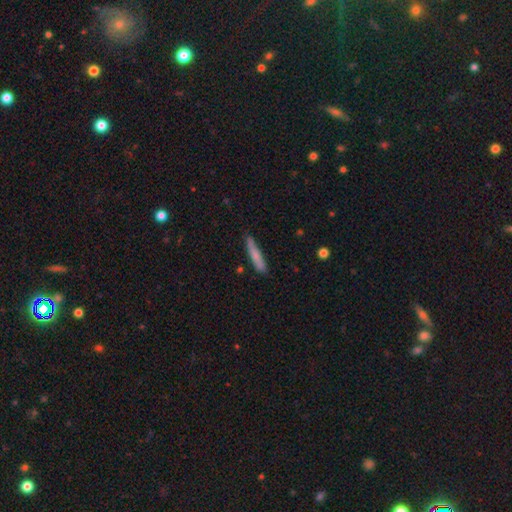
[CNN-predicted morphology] Smooth or featured: smooth — 70% (featured or disk — 24%)
How rounded: cigar-shaped — 92% (in between — 7%)
Merging: none — 80% (minor disturbance — 15%)